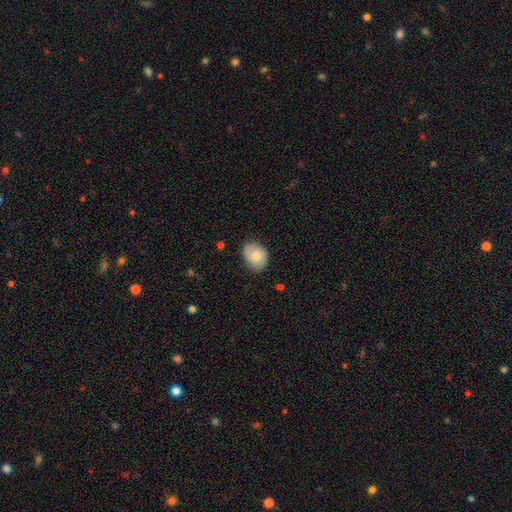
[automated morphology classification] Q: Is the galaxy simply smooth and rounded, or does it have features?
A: smooth — 75%.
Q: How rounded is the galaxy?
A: in between — 71%.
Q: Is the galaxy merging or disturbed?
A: none — 75%.